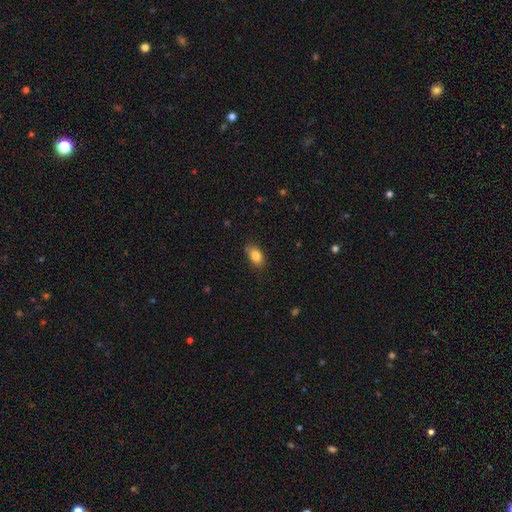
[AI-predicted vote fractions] This appears to be a smooth galaxy with no disk features (85%) that is in between round and cigar-shaped (84%). Merging: none (79%).